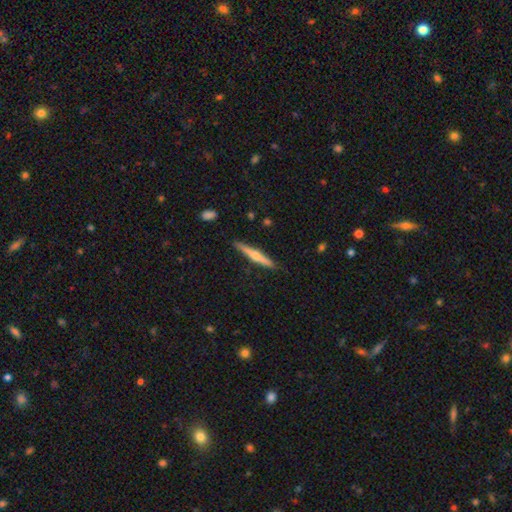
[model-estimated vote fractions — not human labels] A featured or disk galaxy (60%) viewed edge-on (97%) with a rounded central bulge (84%).

Vote fractions:
- Smooth or featured? featured or disk: 60% / smooth: 35% / star or artifact: 6%
- Edge-on disk? yes: 97% / no: 3%
- Edge-on bulge? rounded: 84% / none: 11% / boxy: 4%
- Merging? none: 88% / minor disturbance: 9% / major disturbance: 2% / merger: 1%